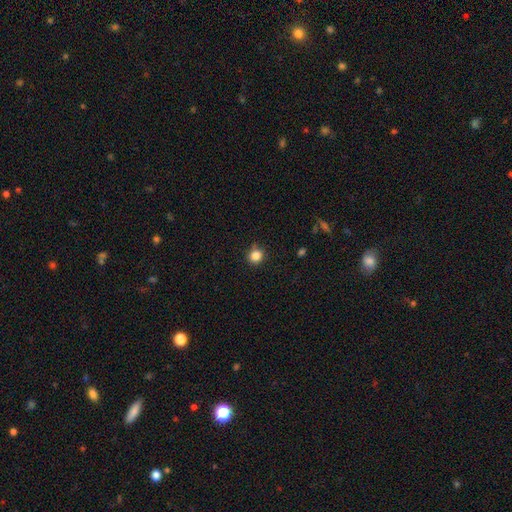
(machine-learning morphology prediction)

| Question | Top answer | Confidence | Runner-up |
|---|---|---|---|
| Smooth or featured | smooth | 84% | star or artifact (12%) |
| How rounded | round | 88% | in between (11%) |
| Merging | none | 86% | minor disturbance (10%) |